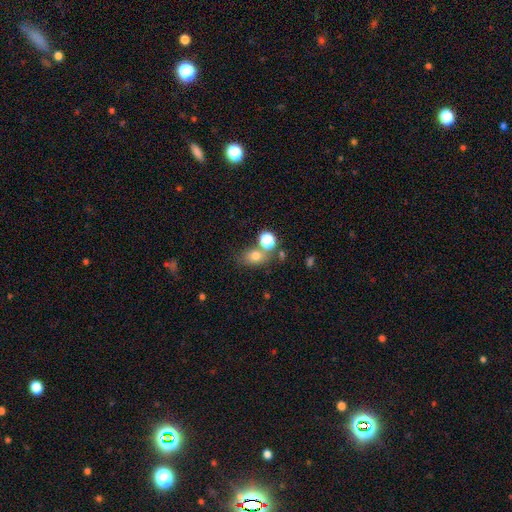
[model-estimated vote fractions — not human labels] Smooth or featured: smooth — 74% (star or artifact — 16%)
How rounded: in between — 56% (round — 43%)
Merging: none — 59% (merger — 22%)